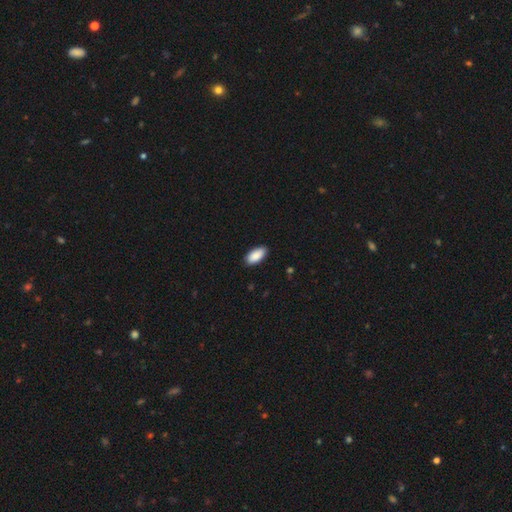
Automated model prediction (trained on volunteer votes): Q: Smooth or featured?
A: smooth (90%); runner-up: star or artifact (6%)
Q: How rounded?
A: in between (93%); runner-up: cigar-shaped (5%)
Q: Merging?
A: none (88%); runner-up: minor disturbance (10%)